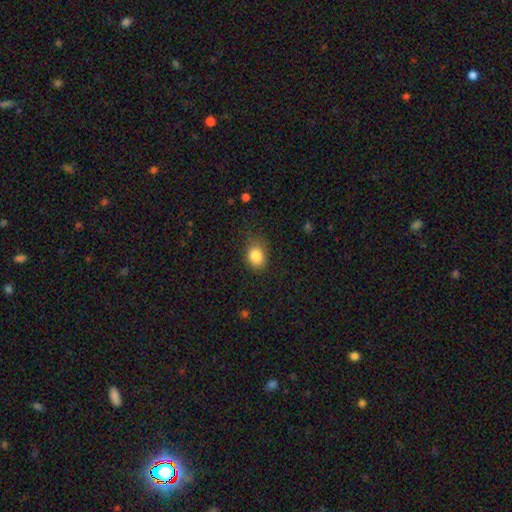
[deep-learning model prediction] This is clearly a smooth galaxy (85%). How rounded: possibly in between (54%). Merging: likely none (71%).